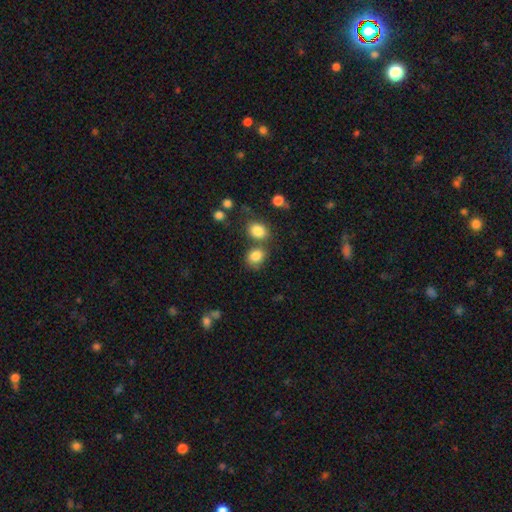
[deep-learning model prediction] smooth-or-featured: smooth: 83% | star or artifact: 10% | featured or disk: 7%
  how-rounded: round: 54% | in between: 45% | cigar-shaped: 1%
  merging: none: 58% | merger: 26% | minor disturbance: 12% | major disturbance: 4%